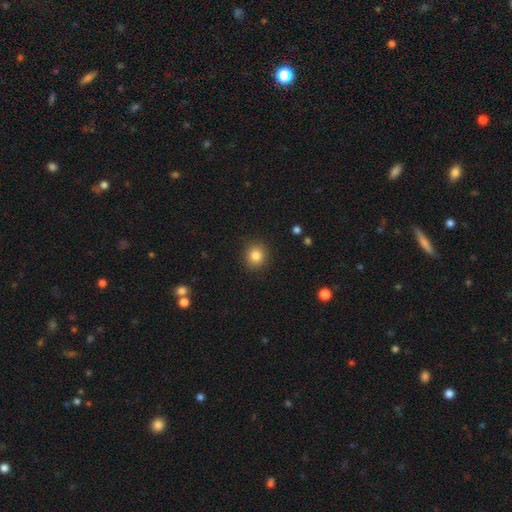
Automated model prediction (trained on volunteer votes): This appears to be a smooth galaxy with no disk features (84%) that is round (87%). Merging: none (90%).